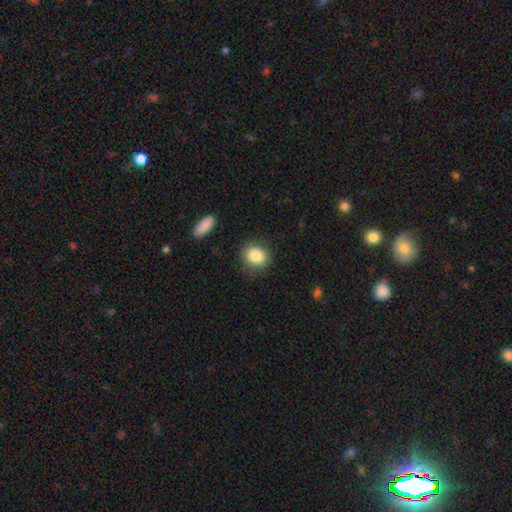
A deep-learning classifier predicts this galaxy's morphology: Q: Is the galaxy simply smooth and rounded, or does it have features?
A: smooth — 86%.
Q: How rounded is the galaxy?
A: round — 75%.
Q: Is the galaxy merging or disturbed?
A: none — 86%.